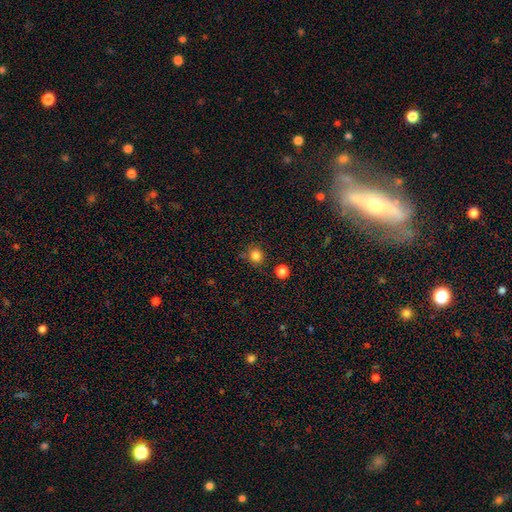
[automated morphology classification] Smooth or featured: smooth — 83% (star or artifact — 13%)
How rounded: round — 87% (in between — 12%)
Merging: none — 80% (minor disturbance — 11%)